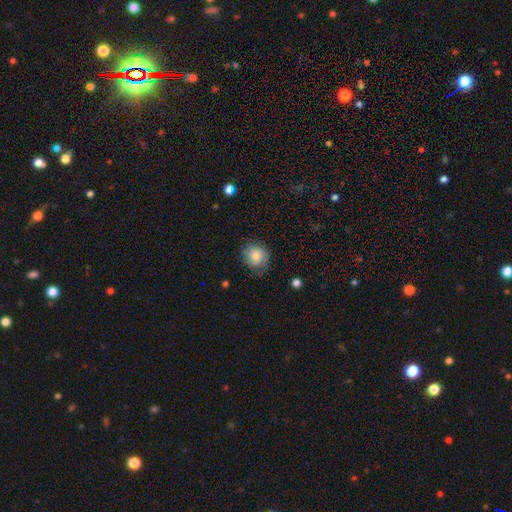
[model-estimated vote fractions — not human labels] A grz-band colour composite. It shows a smooth galaxy with no disk features (79%) that is round (84%). Merging: none (76%).